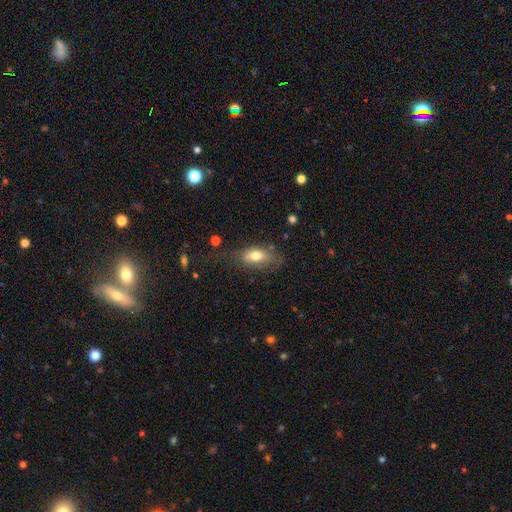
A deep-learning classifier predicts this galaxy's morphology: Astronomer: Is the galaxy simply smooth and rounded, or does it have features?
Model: smooth — 75%.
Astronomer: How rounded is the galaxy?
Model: in between — 87%.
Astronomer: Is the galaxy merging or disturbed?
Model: none — 58%.